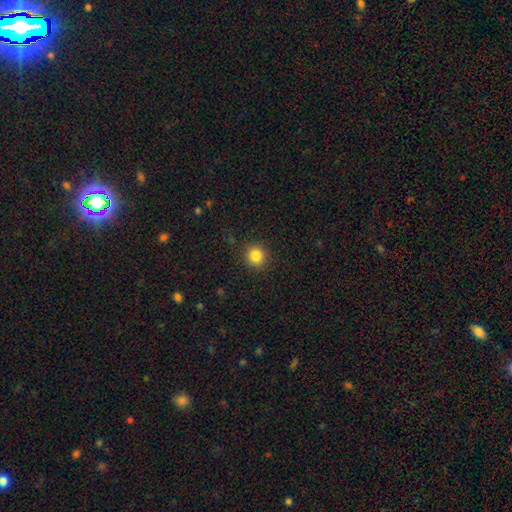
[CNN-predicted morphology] smooth 84%, star or artifact 11%, featured or disk 5%. Down the decision tree: how rounded — round (92%); merging — none (90%).